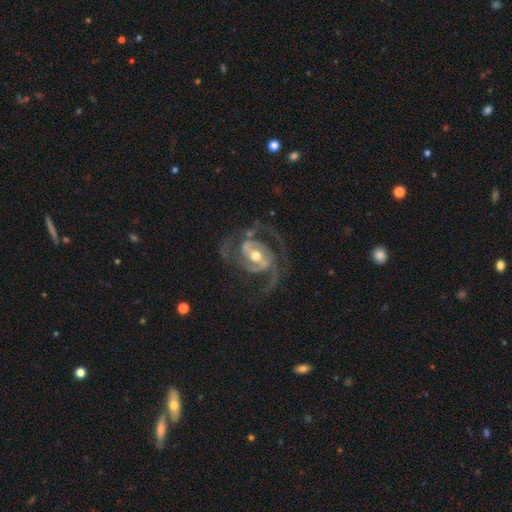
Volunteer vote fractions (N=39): smooth_or_featured: featured or disk (p=1.00)
disk_edge_on: no (p=0.97) [alt: yes p=0.03]
bar: strong (p=0.42) [tied with: weak p=0.42]
has_spiral_arms: yes (p=0.97) [alt: no p=0.03]
spiral_winding: medium (p=0.51) [alt: tight p=0.24]
spiral_arm_count: 3 (p=0.70) [alt: 2 p=0.22]
bulge_size: moderate (p=0.79) [alt: small p=0.16]
merging: none (p=0.49) [alt: minor disturbance p=0.23]